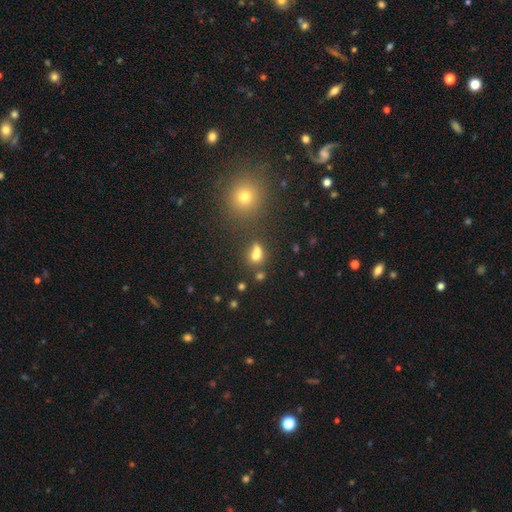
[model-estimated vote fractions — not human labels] smooth_or_featured: smooth (p=0.69) [alt: star or artifact p=0.18]
how_rounded: round (p=0.59) [alt: in between p=0.38]
merging: merger (p=0.41) [tied with: none p=0.41]